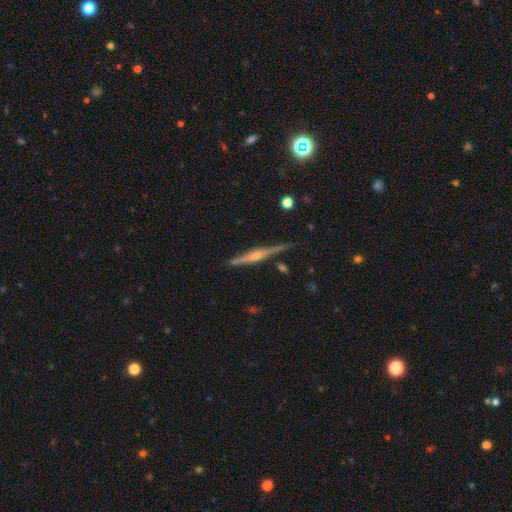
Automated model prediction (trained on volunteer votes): A featured or disk galaxy (82%) viewed edge-on (98%) with a rounded central bulge (83%). Merging: none (87%).